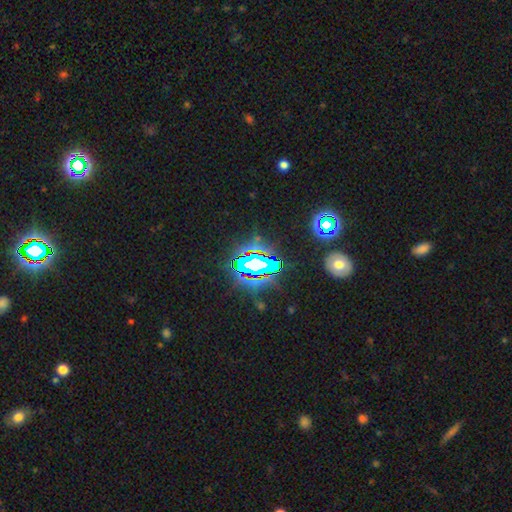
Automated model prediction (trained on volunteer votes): star or artifact 79%, smooth 11%, featured or disk 10%.